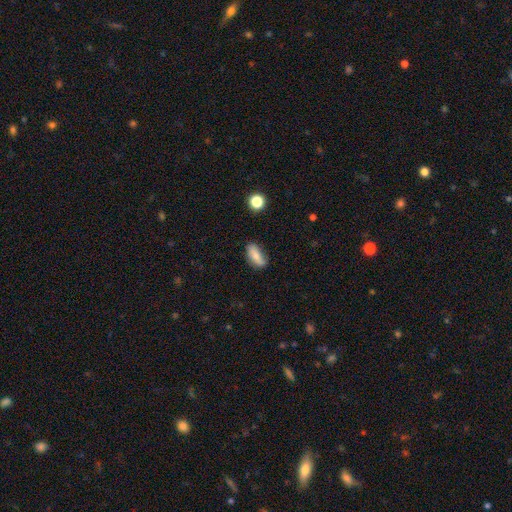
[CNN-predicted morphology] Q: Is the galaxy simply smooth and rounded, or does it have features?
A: smooth — 69%.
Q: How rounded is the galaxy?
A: in between — 79%.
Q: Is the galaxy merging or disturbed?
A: none — 71%.